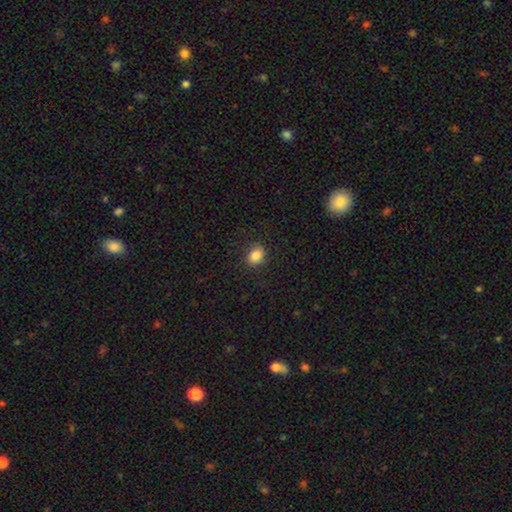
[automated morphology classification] Q: Smooth or featured?
A: smooth (86%); runner-up: star or artifact (10%)
Q: How rounded?
A: in between (57%); runner-up: round (42%)
Q: Merging?
A: none (86%); runner-up: minor disturbance (10%)